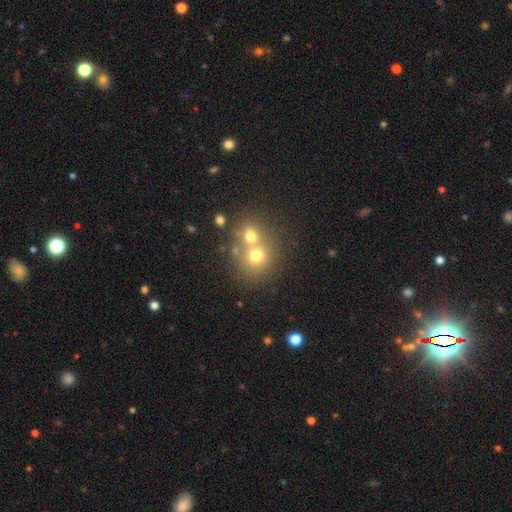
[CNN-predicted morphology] type=smooth (66%); roundness=round (81%); merging=merger (55%).